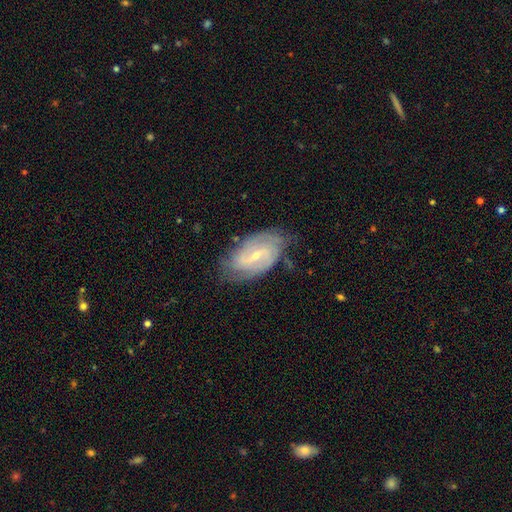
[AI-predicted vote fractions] This is clearly a featured or disk galaxy (82%). It is clearly not viewed edge-on (95%). Bar: possibly weak (51%). Spiral arm pattern: clearly yes (94%). Spiral arm count: possibly 2 (57%). Spiral winding: possibly tight (47%). Central bulge: likely small (68%). Merging: likely none (73%).